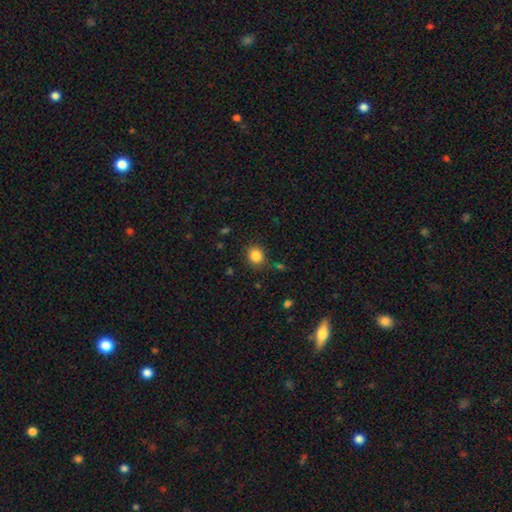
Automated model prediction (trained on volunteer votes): The model was most divided on "how rounded": round: 78%, in between: 21%, cigar-shaped: 1%. More confident: smooth or featured — smooth (84%); merging — none (82%).